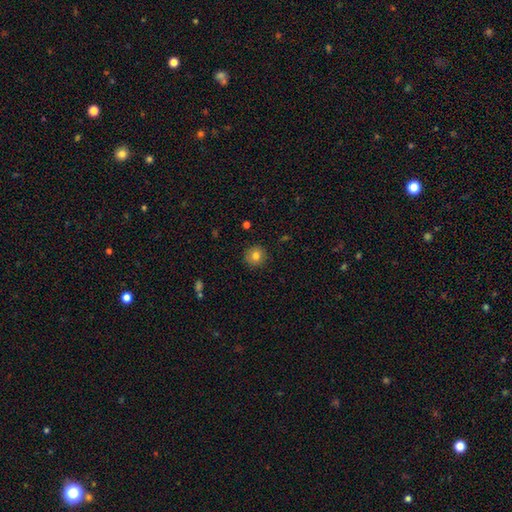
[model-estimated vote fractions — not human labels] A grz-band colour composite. It shows a smooth galaxy with no disk features (81%) that is round (93%). Merging: none (90%).